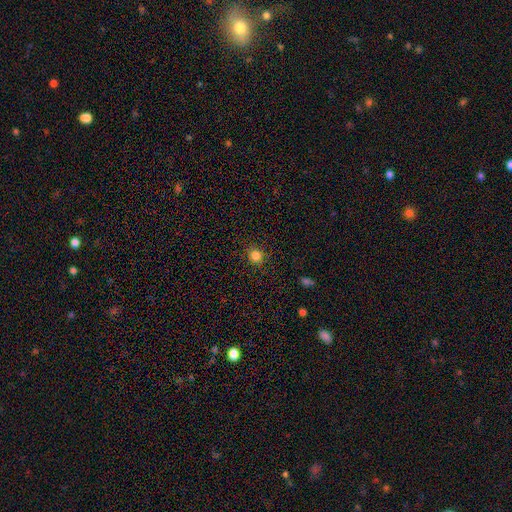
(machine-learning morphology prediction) Smooth or featured?
  - smooth: 82% *
  - star or artifact: 14%
  - featured or disk: 4%
How rounded?
  - round: 89% *
  - in between: 10%
  - cigar-shaped: 1%
Merging?
  - none: 88% *
  - minor disturbance: 8%
  - major disturbance: 3%
  - merger: 1%